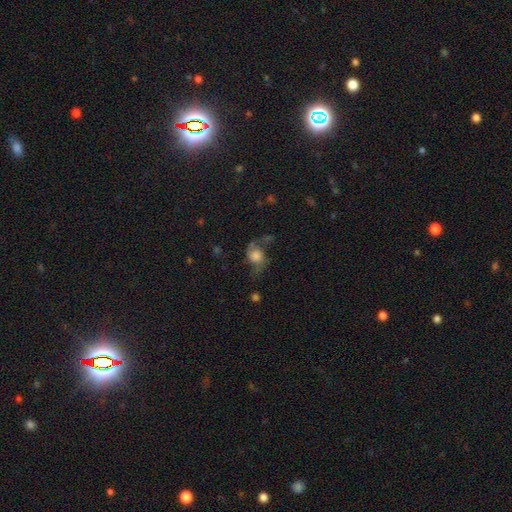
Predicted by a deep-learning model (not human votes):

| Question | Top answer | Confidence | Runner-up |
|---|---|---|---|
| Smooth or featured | featured or disk | 53% | smooth (36%) |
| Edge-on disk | no | 95% | yes (5%) |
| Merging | none | 48% | major disturbance (25%) |